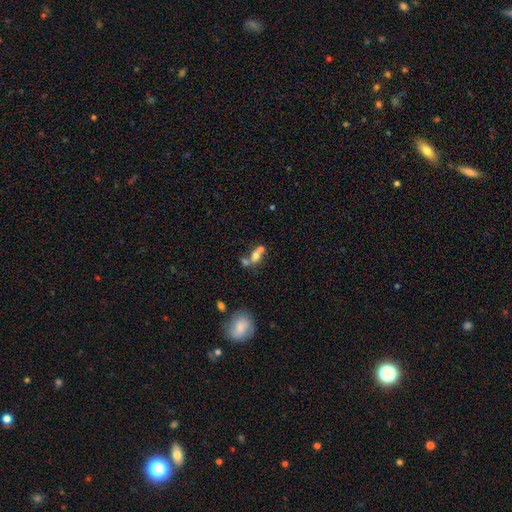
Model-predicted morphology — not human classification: Smooth or featured: smooth — 60% (featured or disk — 26%)
How rounded: in between — 61% (round — 33%)
Merging: merger — 58% (none — 25%)